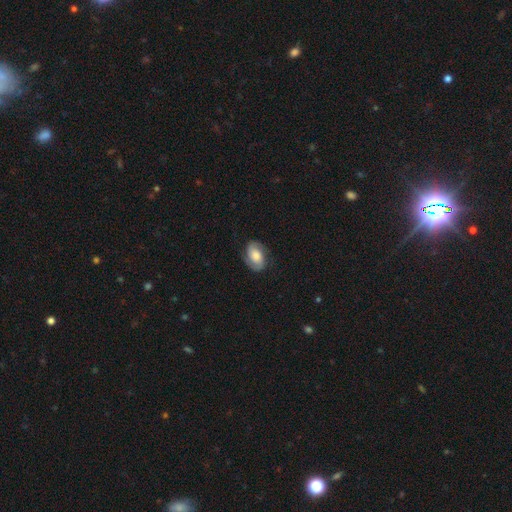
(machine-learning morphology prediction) smooth_or_featured: featured or disk (p=0.61) [alt: smooth p=0.32]
disk_edge_on: no (p=0.97) [alt: yes p=0.03]
bar: no (p=0.60) [alt: weak p=0.30]
has_spiral_arms: yes (p=0.90) [alt: no p=0.10]
spiral_winding: medium (p=0.42) [alt: tight p=0.40]
spiral_arm_count: 2 (p=0.89) [alt: can't tell p=0.06]
bulge_size: moderate (p=0.44) [alt: large p=0.30]
merging: none (p=0.81) [alt: minor disturbance p=0.14]